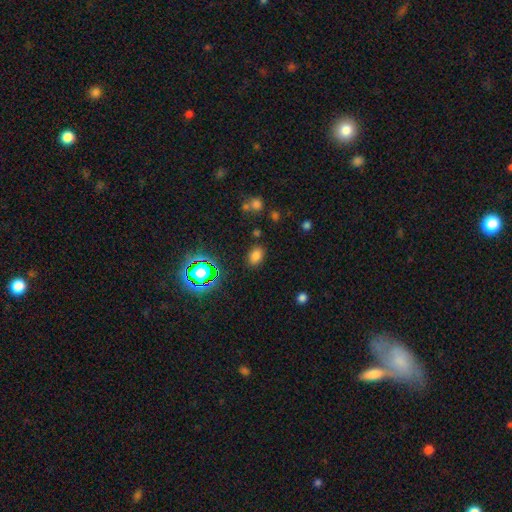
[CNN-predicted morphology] Smooth or featured? Predicted: smooth (p=0.74). How rounded? Predicted: in between (p=0.78). Merging? Predicted: none (p=0.84).